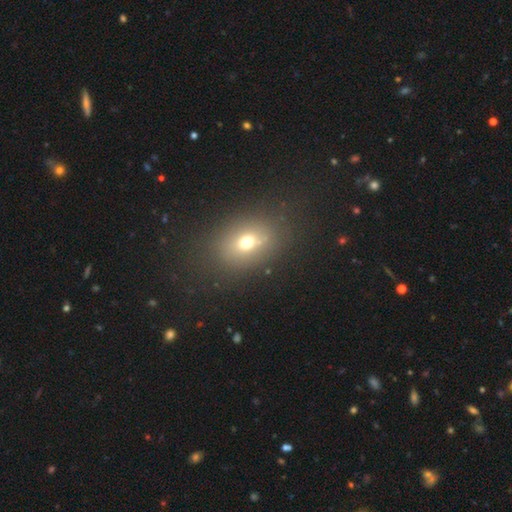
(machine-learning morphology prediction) Smooth or featured? smooth (64%)
How rounded? in between (72%)
Merging? none (88%)